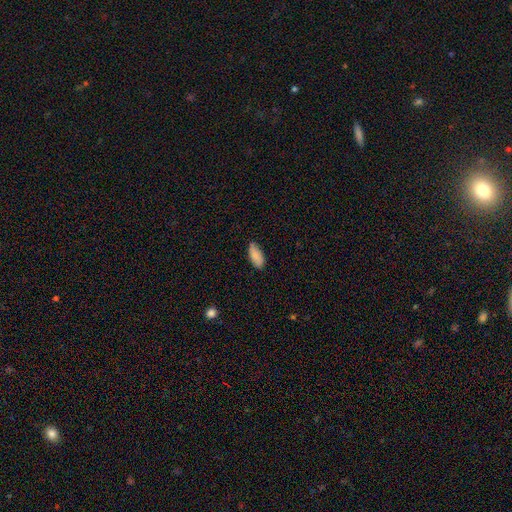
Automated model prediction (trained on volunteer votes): A smooth galaxy with no disk features (84%) that is in between round and cigar-shaped (88%).

Vote fractions:
- Smooth or featured? smooth: 84% / featured or disk: 9% / star or artifact: 7%
- How rounded? in between: 88% / cigar-shaped: 10% / round: 2%
- Merging? none: 75% / minor disturbance: 21% / major disturbance: 3% / merger: 2%